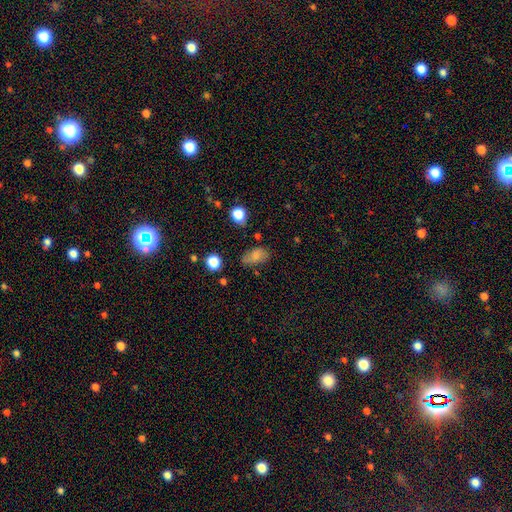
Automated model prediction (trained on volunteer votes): Smooth or featured: smooth — 70% (featured or disk — 17%)
How rounded: in between — 87% (round — 10%)
Merging: none — 62% (minor disturbance — 26%)